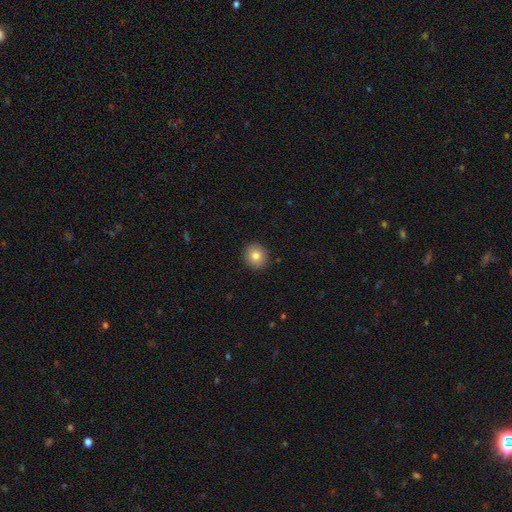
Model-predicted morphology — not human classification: Smooth or featured: smooth — 81% (star or artifact — 10%)
How rounded: round — 88% (in between — 11%)
Merging: none — 91% (minor disturbance — 6%)